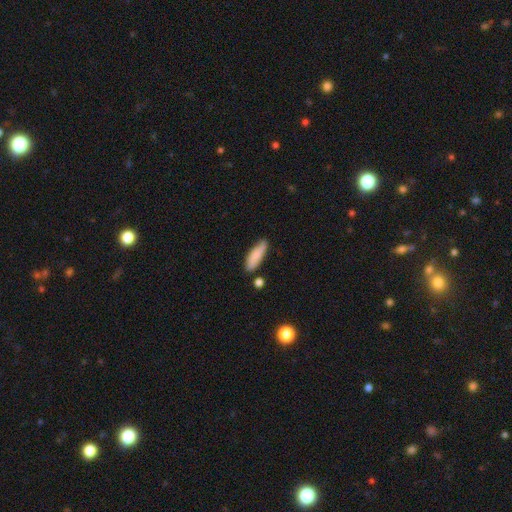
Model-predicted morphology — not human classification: A smooth galaxy with no disk features (80%) that is cigar-shaped (50%). Merging: none (72%).